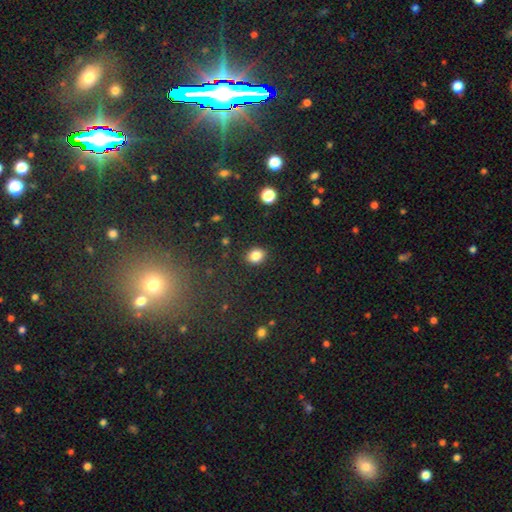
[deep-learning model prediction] A smooth galaxy with no disk features (84%) that is round (55%).

Vote fractions:
- Smooth or featured? smooth: 84% / star or artifact: 10% / featured or disk: 5%
- How rounded? round: 55% / in between: 44% / cigar-shaped: 1%
- Merging? none: 88% / minor disturbance: 8% / major disturbance: 2% / merger: 1%